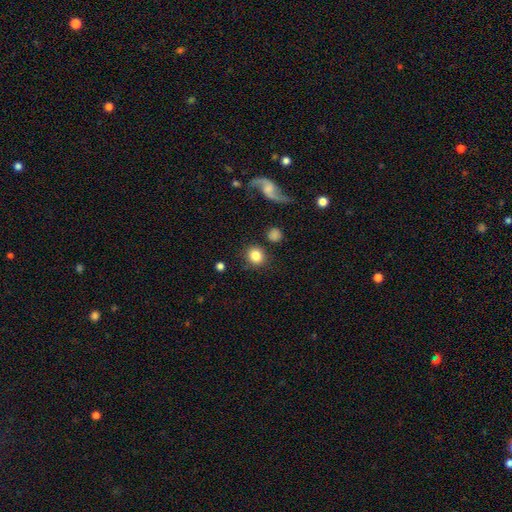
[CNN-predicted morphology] smooth-or-featured: smooth: 81% | featured or disk: 9% | star or artifact: 9%
  how-rounded: round: 85% | in between: 14% | cigar-shaped: 1%
  merging: none: 83% | minor disturbance: 9% | merger: 5% | major disturbance: 4%